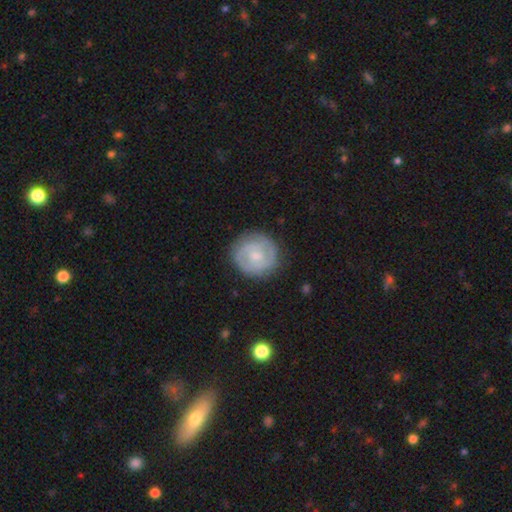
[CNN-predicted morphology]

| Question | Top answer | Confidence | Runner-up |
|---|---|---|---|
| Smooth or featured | featured or disk | 64% | smooth (31%) |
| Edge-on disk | no | 98% | yes (2%) |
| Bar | no | 50% | weak (42%) |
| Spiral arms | yes | 80% | no (20%) |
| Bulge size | small | 54% | moderate (37%) |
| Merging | none | 82% | minor disturbance (12%) |